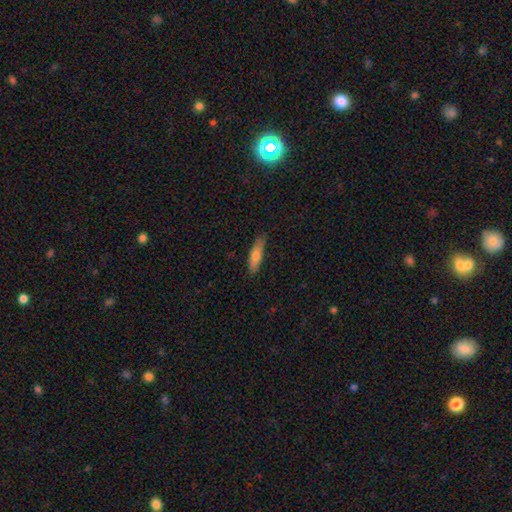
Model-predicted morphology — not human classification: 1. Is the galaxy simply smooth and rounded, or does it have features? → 69% smooth, 24% featured or disk, 7% star or artifact.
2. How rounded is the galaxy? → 67% cigar-shaped, 31% in between, 2% round.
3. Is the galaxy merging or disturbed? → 82% none, 14% minor disturbance, 2% major disturbance, 1% merger.